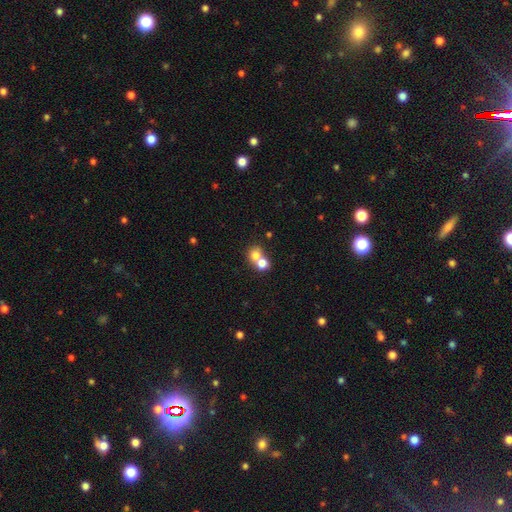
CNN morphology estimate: smooth-or-featured: smooth: 73% | featured or disk: 15% | star or artifact: 12%
  how-rounded: round: 75% | in between: 24% | cigar-shaped: 1%
  merging: merger: 62% | none: 30% | minor disturbance: 5% | major disturbance: 3%